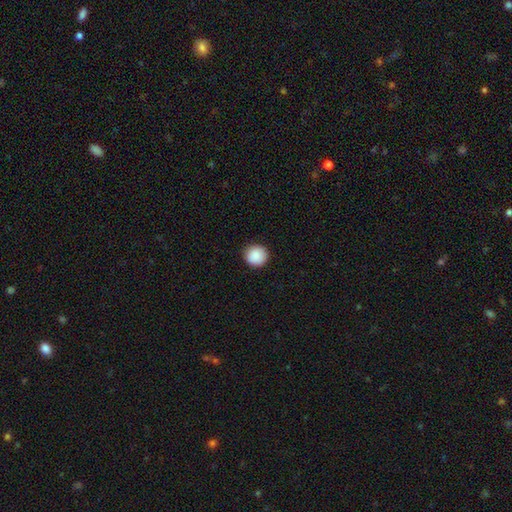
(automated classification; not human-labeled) smooth 89%, star or artifact 8%, featured or disk 4%. Down the decision tree: how rounded — round (95%); merging — none (91%).